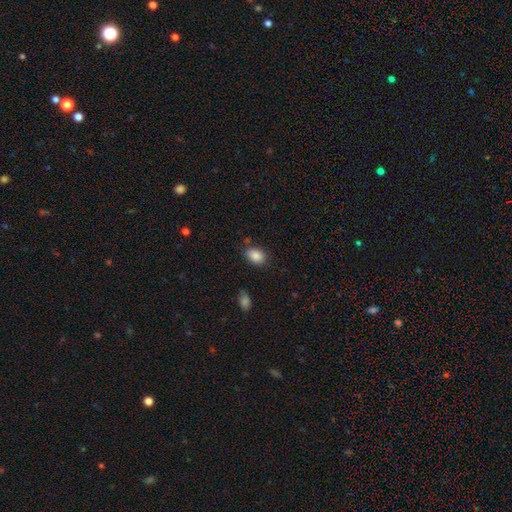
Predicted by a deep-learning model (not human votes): Smooth or featured? smooth (87%)
How rounded? in between (78%)
Merging? none (78%)